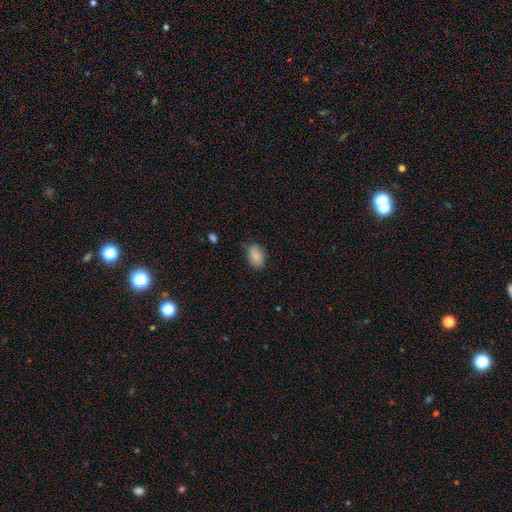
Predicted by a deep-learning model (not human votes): smooth-or-featured: smooth: 87% | star or artifact: 8% | featured or disk: 5%
  how-rounded: in between: 85% | round: 13% | cigar-shaped: 1%
  merging: none: 76% | minor disturbance: 18% | major disturbance: 3% | merger: 2%